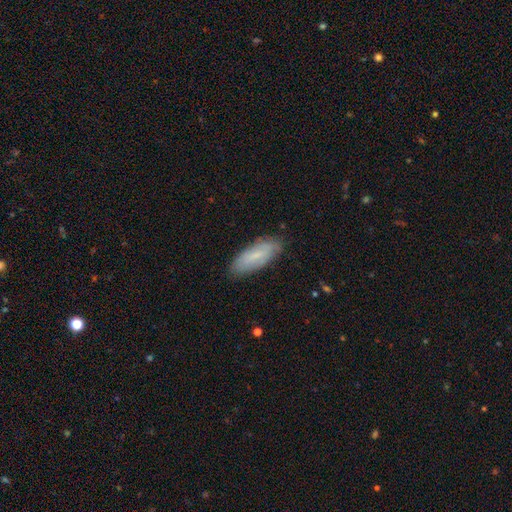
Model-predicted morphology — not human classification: smooth-or-featured: smooth: 66% | featured or disk: 28% | star or artifact: 7%
  how-rounded: in between: 69% | cigar-shaped: 29% | round: 2%
  merging: none: 81% | minor disturbance: 15% | major disturbance: 3% | merger: 1%